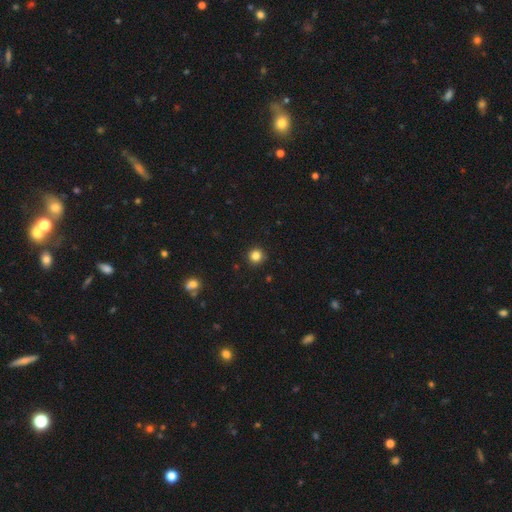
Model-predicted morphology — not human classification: smooth 83%, star or artifact 12%, featured or disk 5%. Down the decision tree: how rounded — round (94%); merging — none (92%).